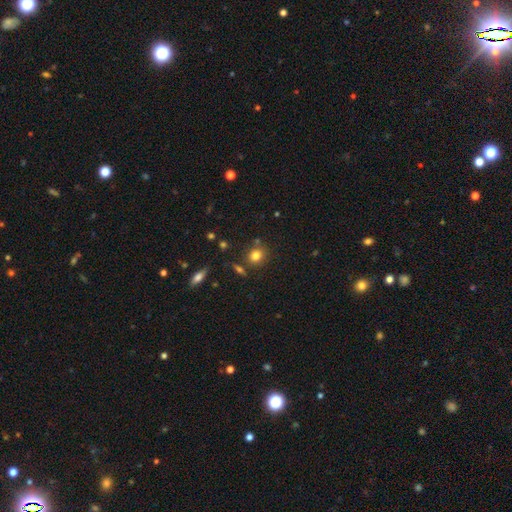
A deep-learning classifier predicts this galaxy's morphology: Q: Smooth or featured?
A: smooth (78%); runner-up: star or artifact (13%)
Q: How rounded?
A: round (76%); runner-up: in between (23%)
Q: Merging?
A: none (75%); runner-up: minor disturbance (12%)